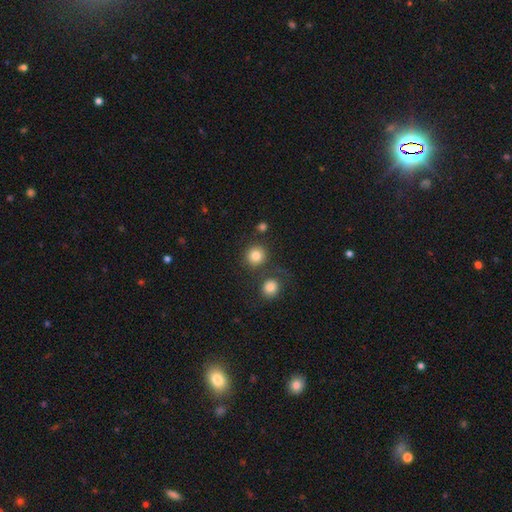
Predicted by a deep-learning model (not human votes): smooth-or-featured: smooth: 83% | star or artifact: 11% | featured or disk: 6%
  how-rounded: round: 92% | in between: 7% | cigar-shaped: 1%
  merging: none: 76% | merger: 12% | minor disturbance: 8% | major disturbance: 4%